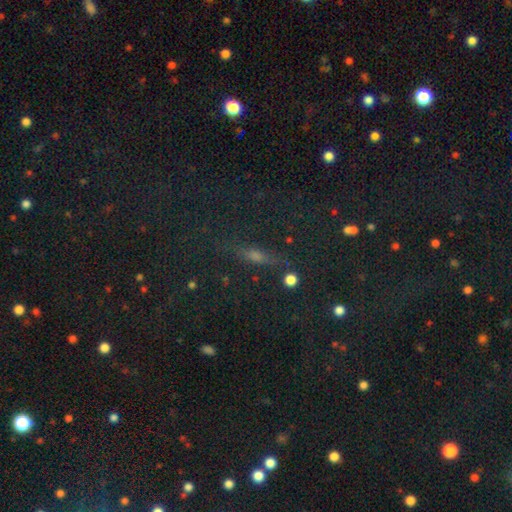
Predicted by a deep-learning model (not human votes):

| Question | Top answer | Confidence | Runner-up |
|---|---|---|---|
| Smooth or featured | smooth | 45% | featured or disk (29%) |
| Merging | none | 79% | minor disturbance (12%) |